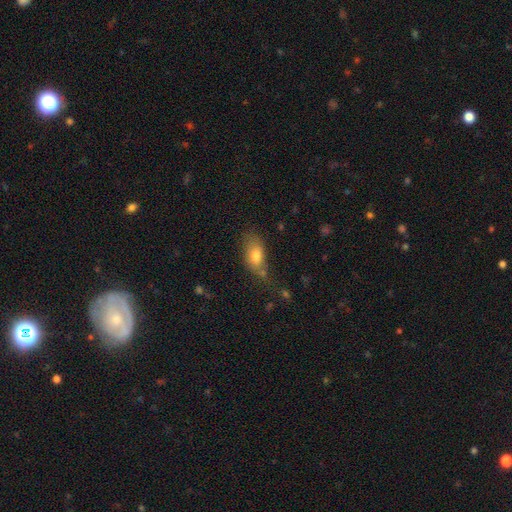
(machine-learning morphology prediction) Smooth or featured: smooth — 77% (featured or disk — 15%)
How rounded: in between — 88% (round — 8%)
Merging: none — 53% (minor disturbance — 28%)